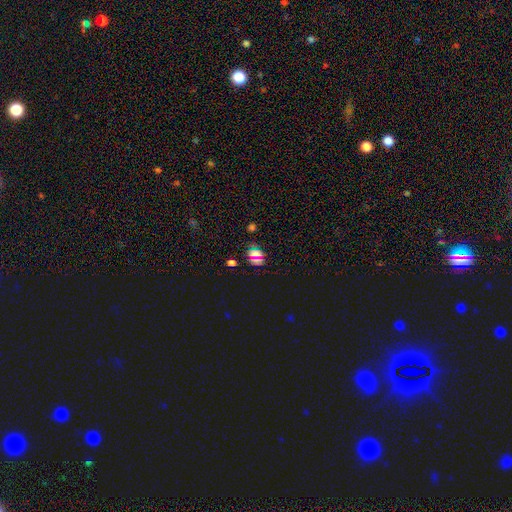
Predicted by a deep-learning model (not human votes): Smooth or featured?
  - star or artifact: 52% *
  - smooth: 39%
  - featured or disk: 9%